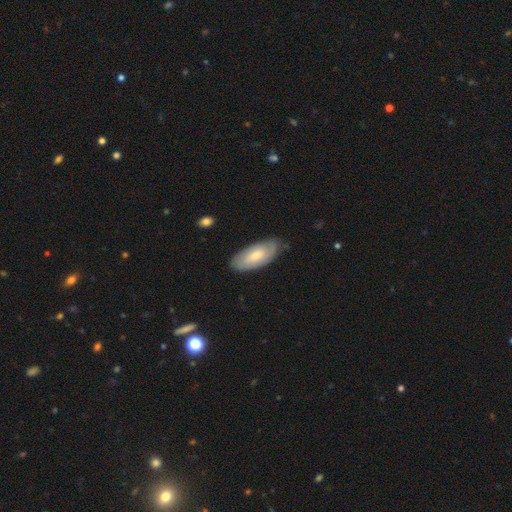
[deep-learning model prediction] Smooth or featured?
  - smooth: 62% *
  - featured or disk: 33%
  - star or artifact: 5%
How rounded?
  - in between: 87% *
  - cigar-shaped: 11%
  - round: 2%
Merging?
  - none: 76% *
  - minor disturbance: 19%
  - major disturbance: 3%
  - merger: 1%